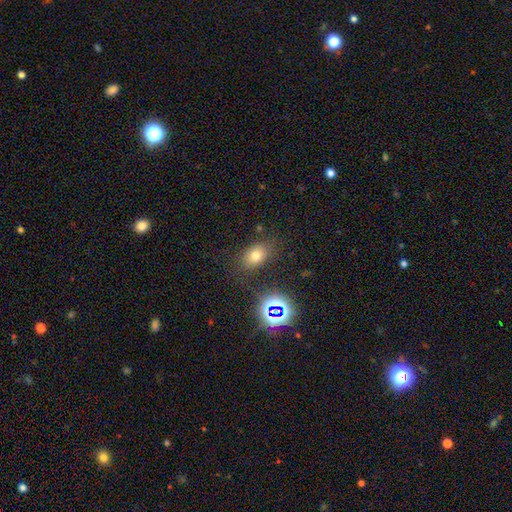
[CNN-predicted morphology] Overall: smooth (69%). How rounded: in between (74%). Merging: none (78%).